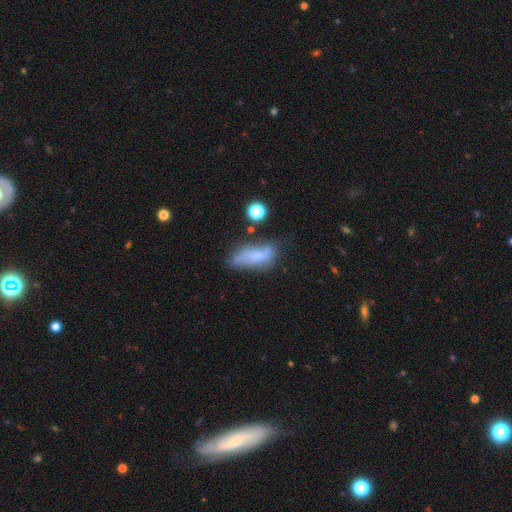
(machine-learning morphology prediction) smooth_or_featured: smooth (p=0.58) [alt: featured or disk p=0.32]
how_rounded: in between (p=0.71) [alt: cigar-shaped p=0.25]
merging: none (p=0.44) [alt: minor disturbance p=0.31]